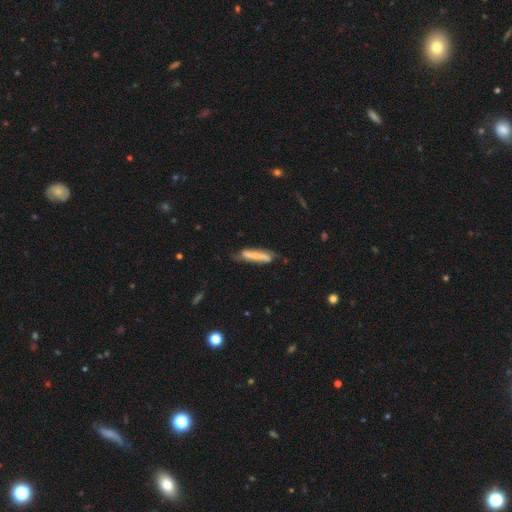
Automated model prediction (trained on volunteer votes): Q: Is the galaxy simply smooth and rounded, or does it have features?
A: smooth — 53%.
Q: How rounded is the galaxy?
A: cigar-shaped — 84%.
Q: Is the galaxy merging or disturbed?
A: none — 56%.